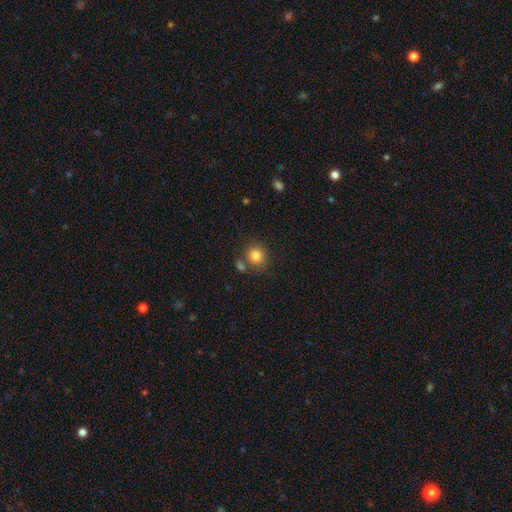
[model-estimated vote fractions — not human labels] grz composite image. It shows a smooth galaxy with no disk features (84%) that is round (86%). Merging: none (71%).